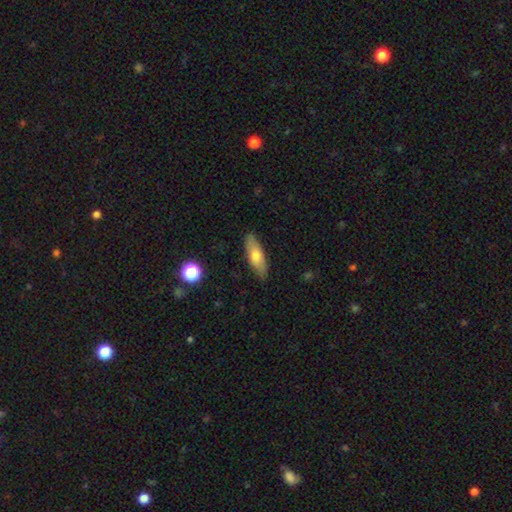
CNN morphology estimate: smooth_or_featured: smooth (p=0.66) [alt: featured or disk p=0.28]
how_rounded: in between (p=0.61) [alt: cigar-shaped p=0.36]
merging: none (p=0.85) [alt: minor disturbance p=0.11]